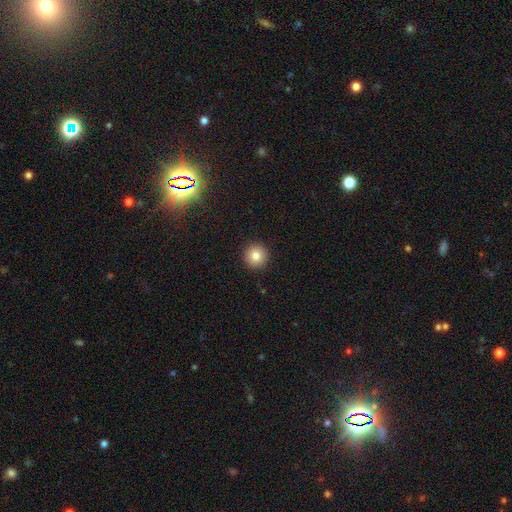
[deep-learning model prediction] Morphology: type=smooth (82%); roundness=round (95%); merging=none (93%).